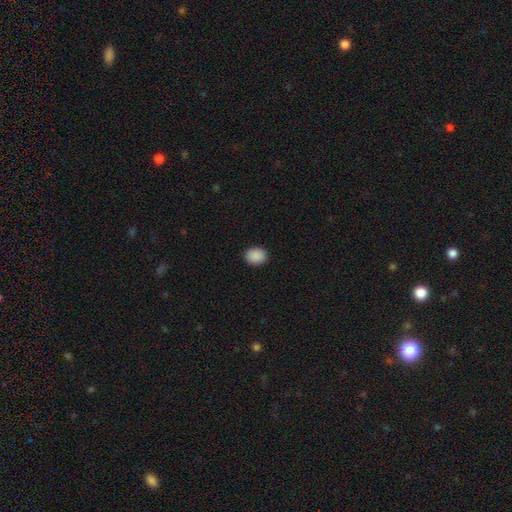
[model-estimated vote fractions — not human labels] Q: Smooth or featured?
A: smooth (90%); runner-up: star or artifact (8%)
Q: How rounded?
A: in between (51%); runner-up: round (48%)
Q: Merging?
A: none (91%); runner-up: minor disturbance (6%)